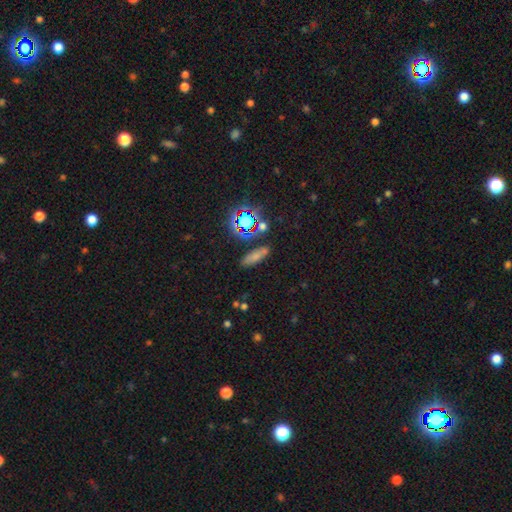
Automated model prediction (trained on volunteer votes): A smooth galaxy with no disk features (64%) that is cigar-shaped (47%).

Vote fractions:
- Smooth or featured? smooth: 64% / star or artifact: 24% / featured or disk: 12%
- How rounded? cigar-shaped: 47% / in between: 45% / round: 8%
- Merging? none: 76% / minor disturbance: 13% / merger: 7% / major disturbance: 4%